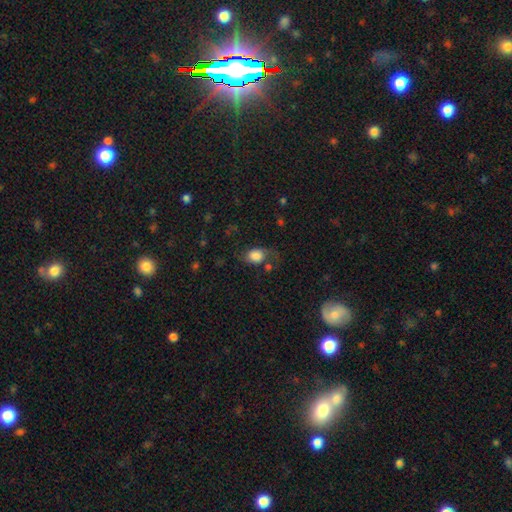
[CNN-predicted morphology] This is likely a smooth galaxy (74%). How rounded: possibly in between (58%). Merging: possibly none (49%).